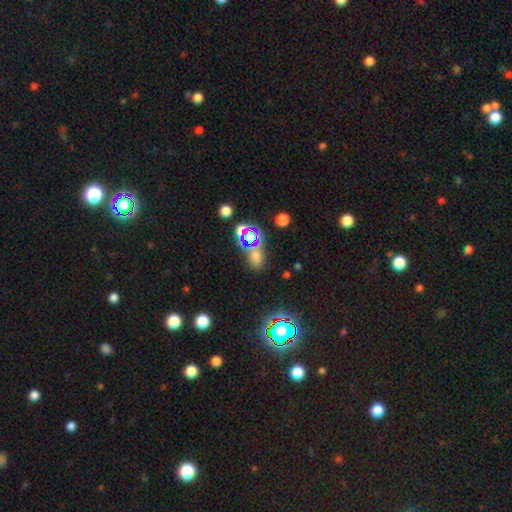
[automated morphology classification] This is possibly a smooth galaxy (52%). How rounded: likely in between (67%). Merging: likely none (63%).